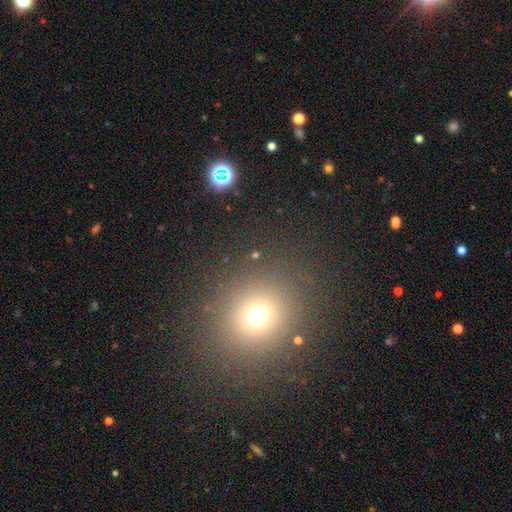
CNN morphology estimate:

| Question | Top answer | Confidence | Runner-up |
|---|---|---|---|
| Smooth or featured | smooth | 61% | star or artifact (31%) |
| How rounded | round | 86% | in between (13%) |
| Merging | none | 85% | minor disturbance (7%) |